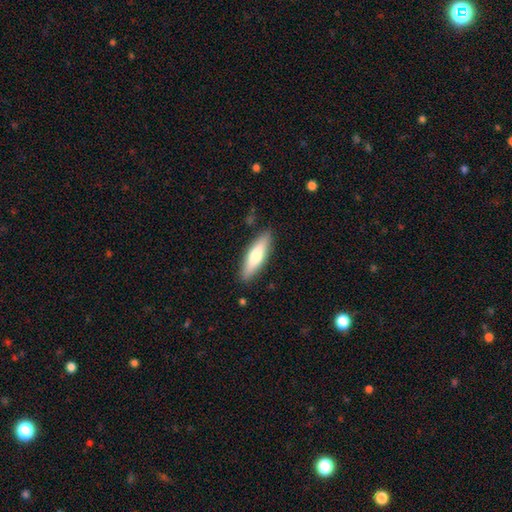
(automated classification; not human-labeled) This is likely a smooth galaxy (60%). How rounded: likely cigar-shaped (63%). Merging: clearly none (87%).